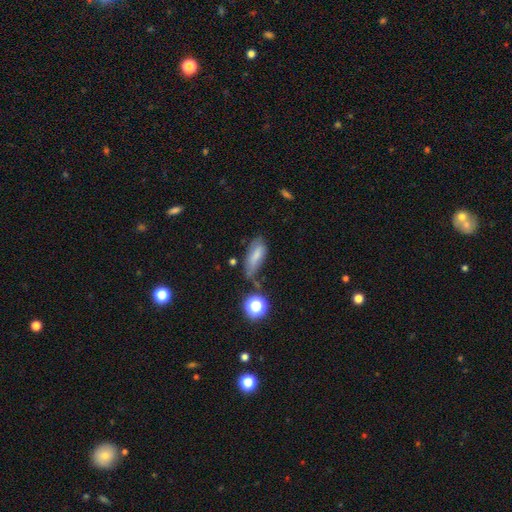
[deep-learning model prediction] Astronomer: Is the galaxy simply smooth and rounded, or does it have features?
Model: smooth — 67%.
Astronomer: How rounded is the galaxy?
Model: in between — 71%.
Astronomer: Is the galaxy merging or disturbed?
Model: none — 41% (runner-up: minor disturbance, 35%).